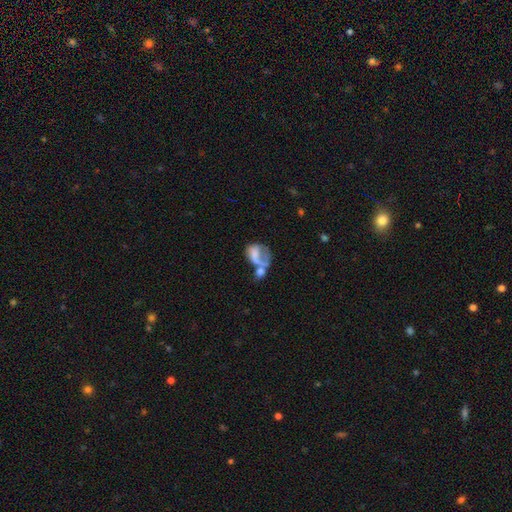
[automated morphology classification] smooth 50%, featured or disk 40%, star or artifact 10%. Down the decision tree: merging — merger (44%).